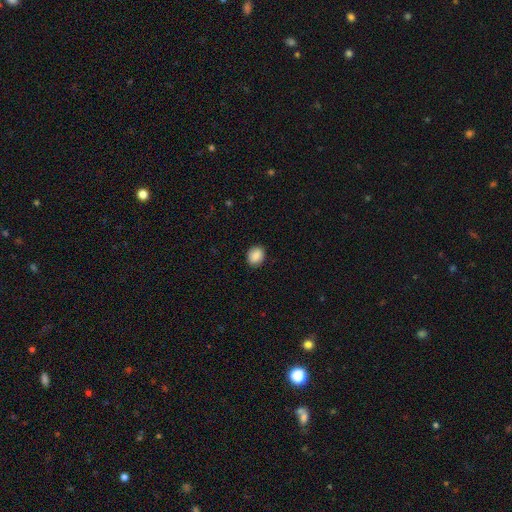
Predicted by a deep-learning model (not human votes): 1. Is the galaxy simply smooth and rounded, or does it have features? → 88% smooth, 8% star or artifact, 4% featured or disk.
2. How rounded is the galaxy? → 55% round, 44% in between, 1% cigar-shaped.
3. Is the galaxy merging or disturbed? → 89% none, 8% minor disturbance, 2% major disturbance, 1% merger.